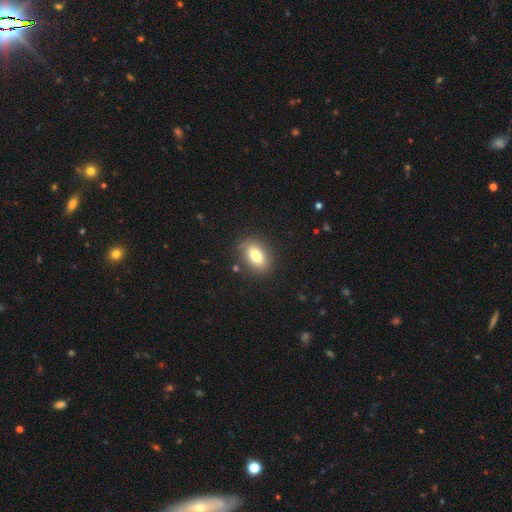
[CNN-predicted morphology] smooth 80%, featured or disk 11%, star or artifact 8%. Down the decision tree: how rounded — in between (86%); merging — none (83%).